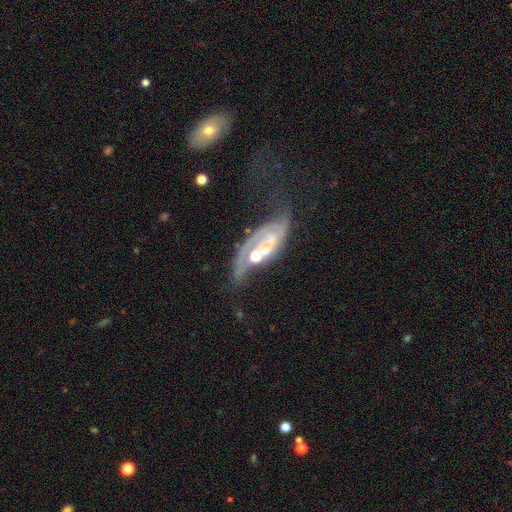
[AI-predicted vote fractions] Smooth or featured? Predicted: featured or disk (p=0.73). Edge-on disk? Predicted: no (p=0.89). Bar? Predicted: no (p=0.60). Spiral arms? Predicted: yes (p=0.70). Bulge size? Predicted: moderate (p=0.53). Merging? Predicted: merger (p=0.34).